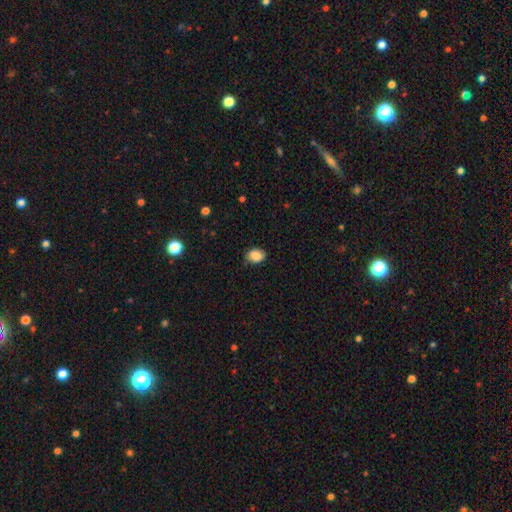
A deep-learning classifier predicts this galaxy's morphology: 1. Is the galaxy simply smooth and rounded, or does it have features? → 85% smooth, 8% star or artifact, 6% featured or disk.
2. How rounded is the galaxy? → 71% in between, 28% round, 1% cigar-shaped.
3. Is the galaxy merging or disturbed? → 77% none, 19% minor disturbance, 3% major disturbance, 1% merger.